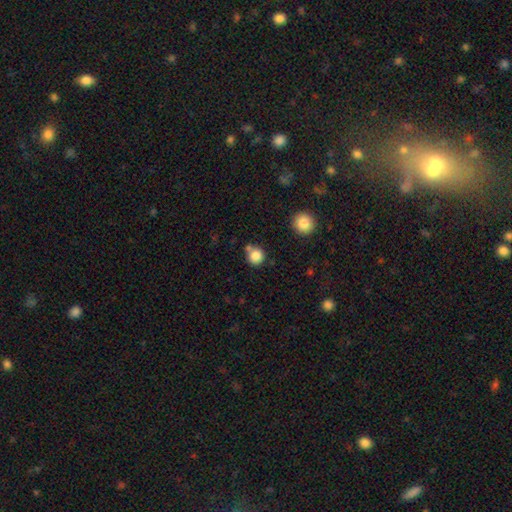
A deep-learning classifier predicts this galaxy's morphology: A smooth galaxy with no disk features (84%) that is round (90%). Merging: none (68%).